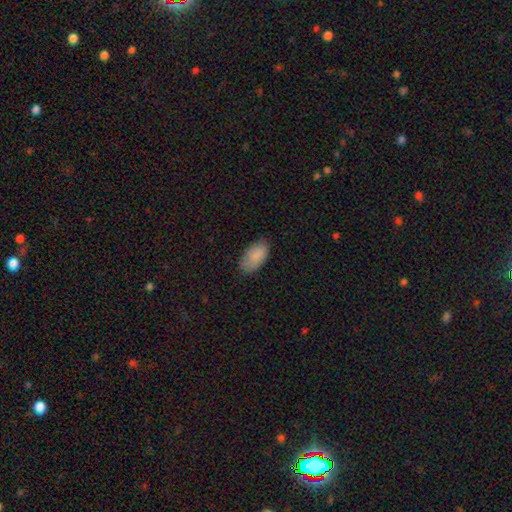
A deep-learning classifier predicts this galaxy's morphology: This is clearly a smooth galaxy (87%). How rounded: clearly in between (95%). Merging: likely none (78%).